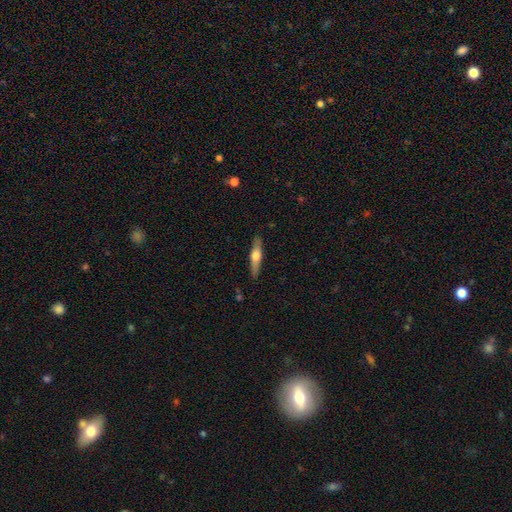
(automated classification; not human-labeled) A featured or disk galaxy (49%). Merging: none (87%).